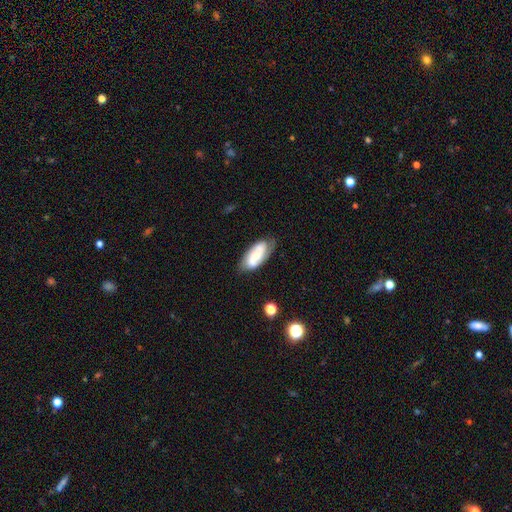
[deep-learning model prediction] Overall: featured or disk (60%; smooth 34%). Edge-on disk: no (93%). Bar: no (43%; weak 37%). Spiral arms: yes (87%). Bulge size: small (46%; moderate 38%). Merging: none (70%).